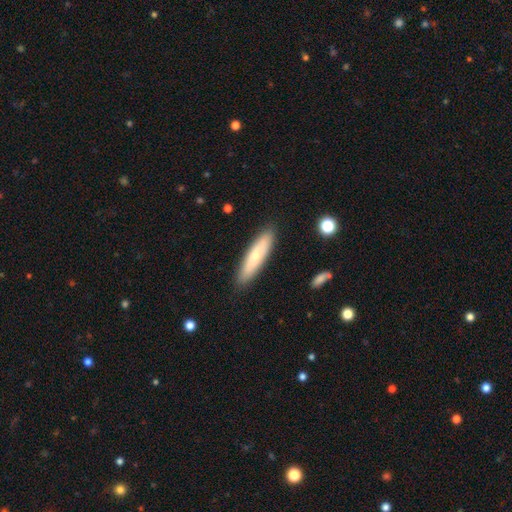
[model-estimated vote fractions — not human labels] This appears to be a smooth galaxy with no disk features (59%) that is cigar-shaped (73%). Merging: none (88%).